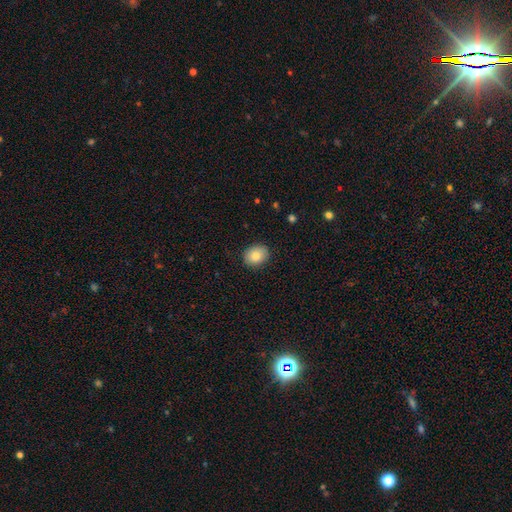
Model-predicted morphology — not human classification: Smooth or featured? smooth (83%)
How rounded? round (50%)
Merging? none (89%)